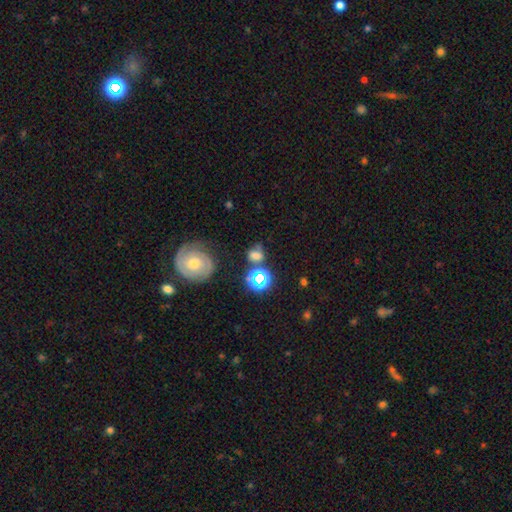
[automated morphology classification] Q: Smooth or featured?
A: smooth (54%); runner-up: star or artifact (26%)
Q: How rounded?
A: round (55%); runner-up: in between (43%)
Q: Merging?
A: none (56%); runner-up: minor disturbance (19%)